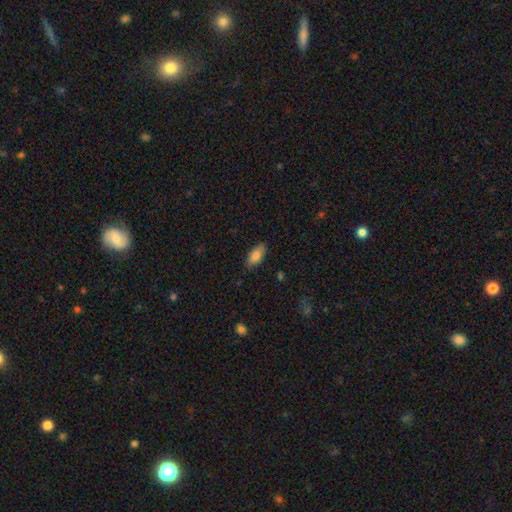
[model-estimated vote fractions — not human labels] A smooth galaxy with no disk features (84%) that is in between round and cigar-shaped (88%).

Vote fractions:
- Smooth or featured? smooth: 84% / featured or disk: 9% / star or artifact: 7%
- How rounded? in between: 88% / cigar-shaped: 9% / round: 3%
- Merging? none: 80% / minor disturbance: 16% / major disturbance: 3% / merger: 1%